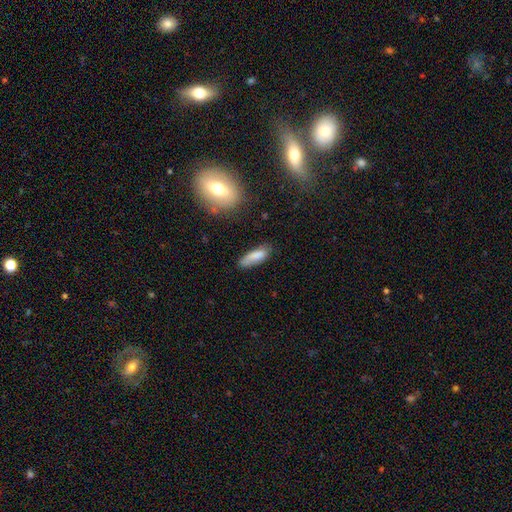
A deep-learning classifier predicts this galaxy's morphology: smooth-or-featured: smooth: 81% | featured or disk: 12% | star or artifact: 7%
  how-rounded: in between: 57% | cigar-shaped: 41% | round: 2%
  merging: none: 65% | minor disturbance: 24% | major disturbance: 6% | merger: 4%